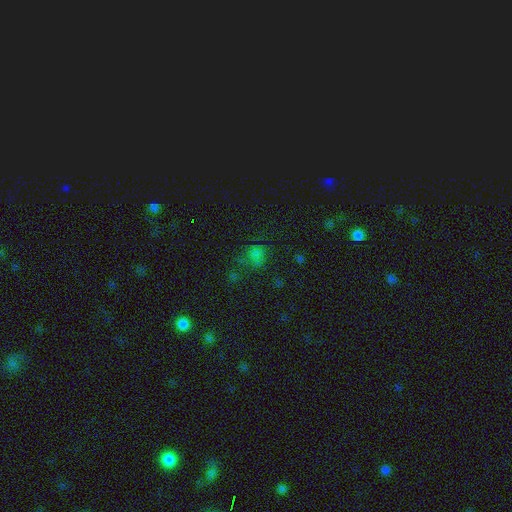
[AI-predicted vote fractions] Overall: smooth (61%; star or artifact 30%). How rounded: round (68%; in between 30%). Merging: none (53%; minor disturbance 22%).